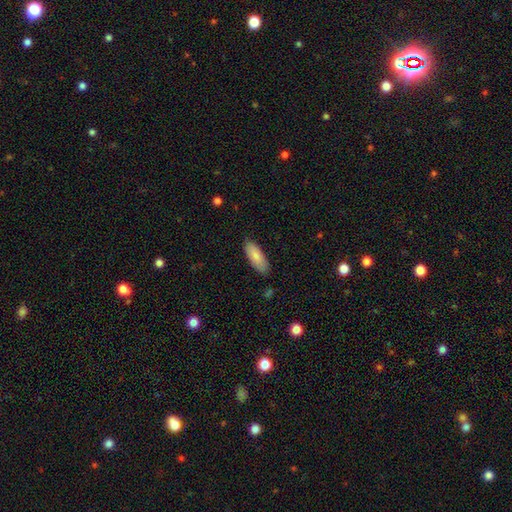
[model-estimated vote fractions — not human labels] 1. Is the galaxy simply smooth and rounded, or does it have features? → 85% smooth, 10% featured or disk, 6% star or artifact.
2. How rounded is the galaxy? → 75% in between, 23% cigar-shaped, 2% round.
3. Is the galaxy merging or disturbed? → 84% none, 13% minor disturbance, 2% major disturbance, 1% merger.